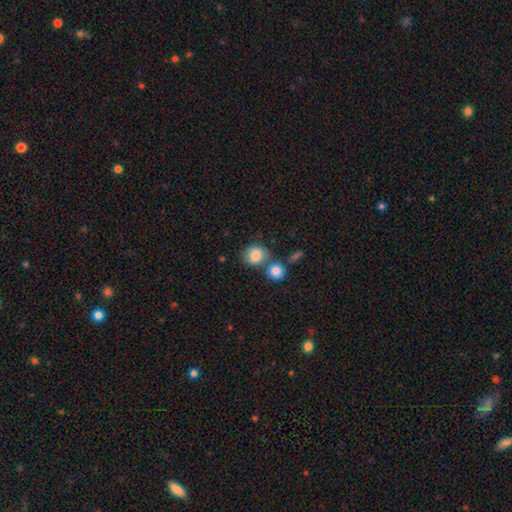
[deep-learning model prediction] Smooth or featured? smooth (83%)
How rounded? round (66%)
Merging? none (50%)